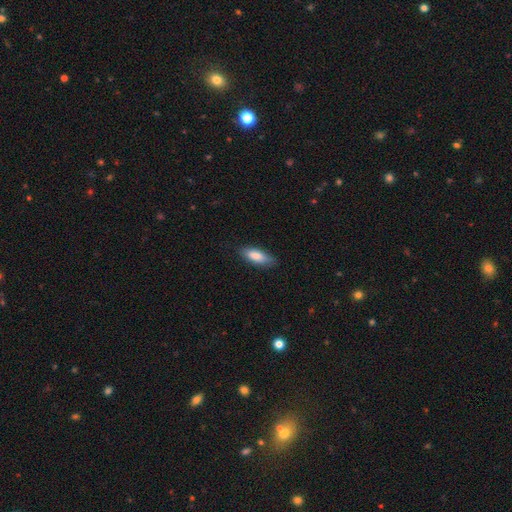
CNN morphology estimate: Overall: smooth (83%). How rounded: in between (69%; cigar-shaped 29%). Merging: none (82%).